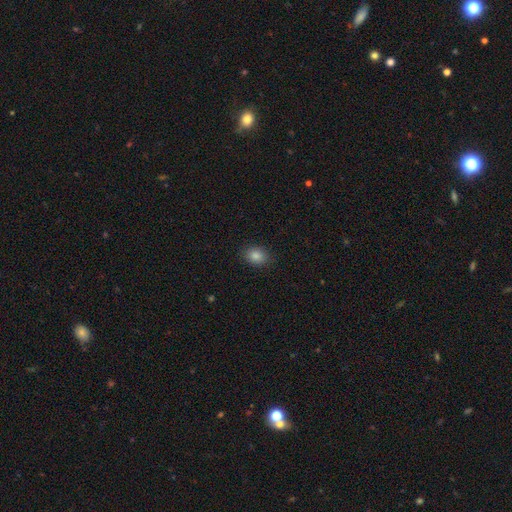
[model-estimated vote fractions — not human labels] smooth-or-featured: smooth: 84% | star or artifact: 11% | featured or disk: 5%
  how-rounded: in between: 63% | round: 36% | cigar-shaped: 1%
  merging: none: 88% | minor disturbance: 9% | major disturbance: 2% | merger: 1%